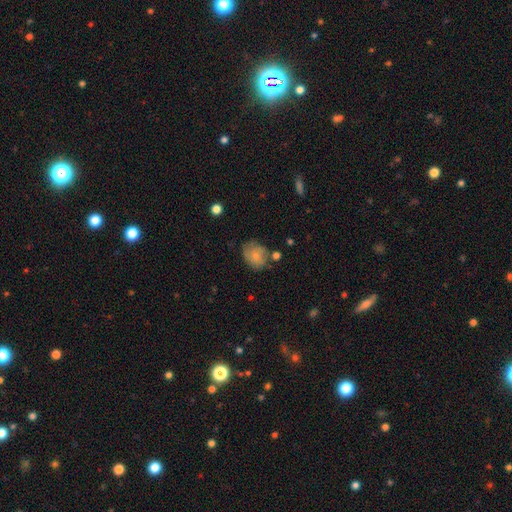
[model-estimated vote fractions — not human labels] smooth-or-featured: smooth: 74% | featured or disk: 18% | star or artifact: 8%
  how-rounded: round: 51% | in between: 48% | cigar-shaped: 1%
  merging: none: 58% | minor disturbance: 27% | major disturbance: 9% | merger: 7%